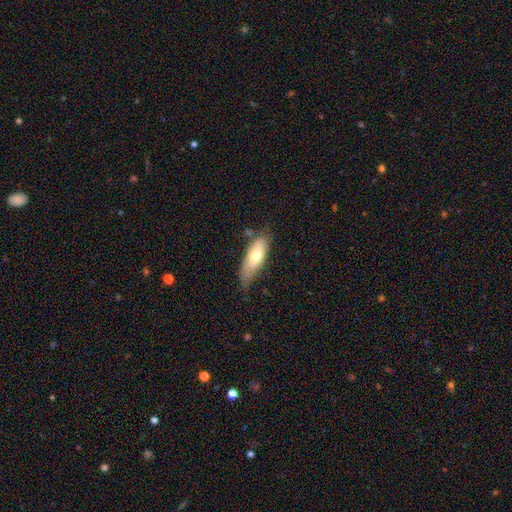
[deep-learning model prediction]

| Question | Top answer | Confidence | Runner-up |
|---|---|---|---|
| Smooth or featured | smooth | 66% | featured or disk (28%) |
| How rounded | in between | 65% | cigar-shaped (33%) |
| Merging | none | 56% | minor disturbance (32%) |